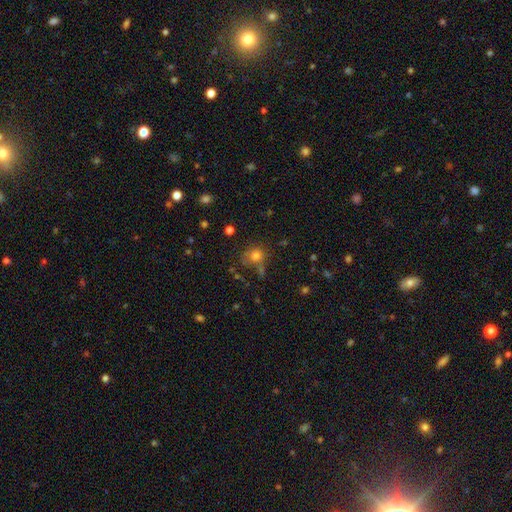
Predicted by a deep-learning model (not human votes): Morphology: type=smooth (76%); roundness=round (73%); merging=none (57%).